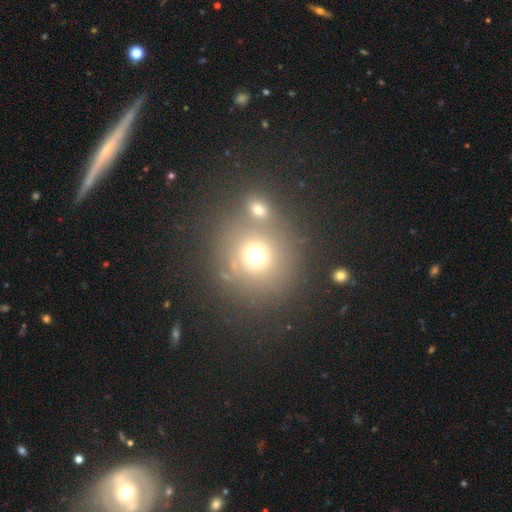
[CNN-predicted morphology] smooth 68%, star or artifact 20%, featured or disk 12%. Down the decision tree: how rounded — round (88%); merging — none (52%).